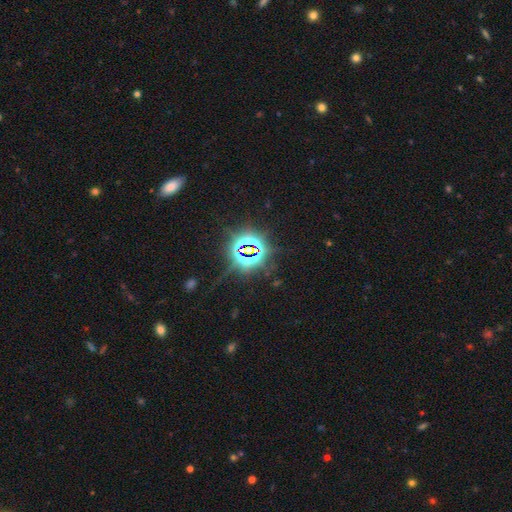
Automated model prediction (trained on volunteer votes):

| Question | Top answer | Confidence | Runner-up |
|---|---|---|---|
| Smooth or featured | star or artifact | 80% | smooth (13%) |